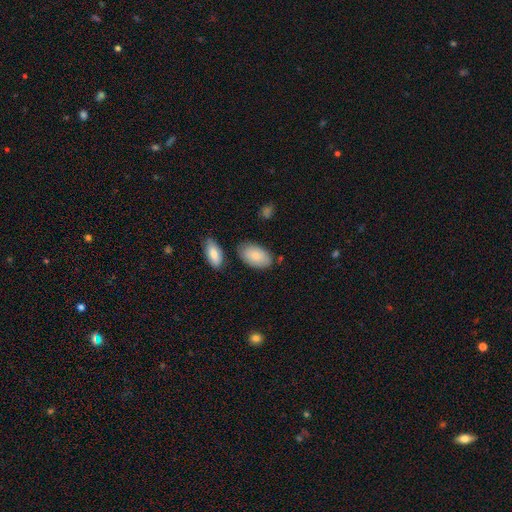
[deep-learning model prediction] Morphology: type=smooth (81%); roundness=in between (94%); merging=none (74%).